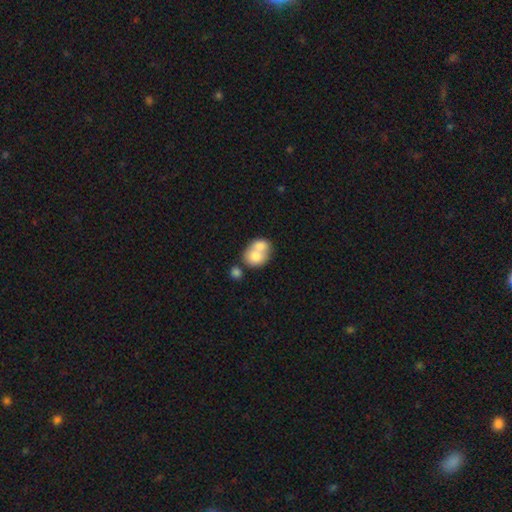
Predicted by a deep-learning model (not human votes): Q: Smooth or featured?
A: smooth (72%); runner-up: featured or disk (21%)
Q: How rounded?
A: round (55%); runner-up: in between (44%)
Q: Merging?
A: merger (69%); runner-up: none (21%)